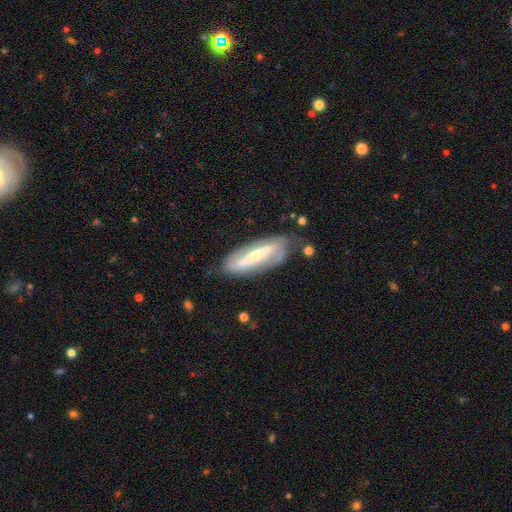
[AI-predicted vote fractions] Overall: featured or disk (75%). Edge-on disk: no (78%). Bar: strong (64%). Spiral arms: yes (72%). Bulge size: small (53%; moderate 41%). Merging: none (72%).